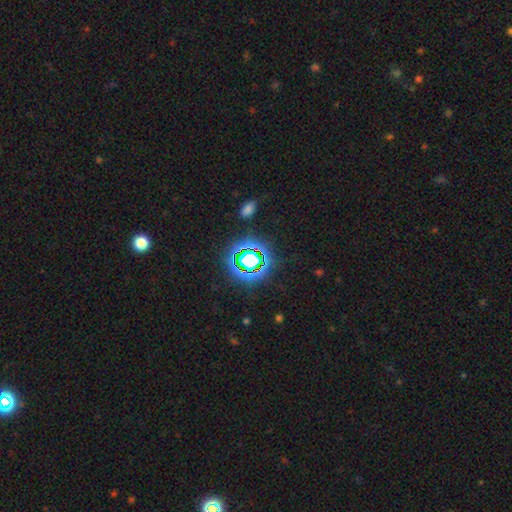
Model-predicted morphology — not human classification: smooth-or-featured: star or artifact: 75% | smooth: 16% | featured or disk: 9%